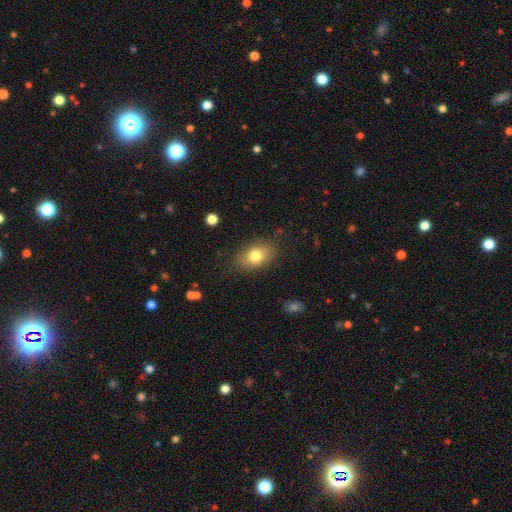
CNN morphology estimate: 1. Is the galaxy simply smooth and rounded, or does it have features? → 78% smooth, 13% featured or disk, 9% star or artifact.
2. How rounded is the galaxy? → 80% in between, 18% round, 2% cigar-shaped.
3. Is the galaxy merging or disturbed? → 83% none, 13% minor disturbance, 4% major disturbance, 1% merger.